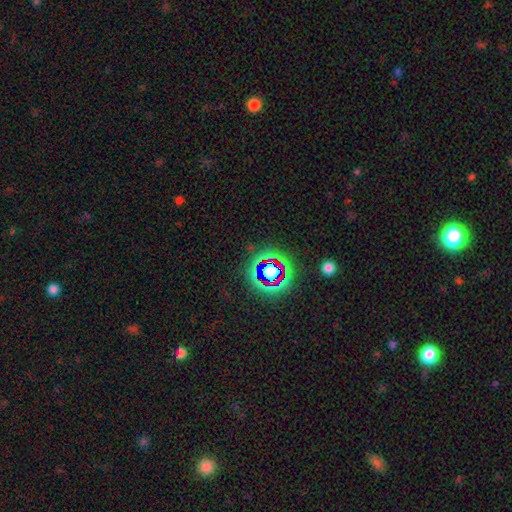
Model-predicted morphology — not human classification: Smooth or featured?
  - star or artifact: 73% *
  - smooth: 16%
  - featured or disk: 11%